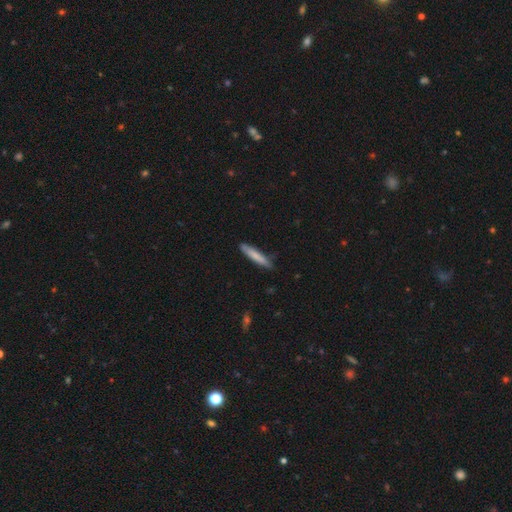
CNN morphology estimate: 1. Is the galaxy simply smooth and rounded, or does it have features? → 77% smooth, 17% featured or disk, 5% star or artifact.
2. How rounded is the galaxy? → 91% cigar-shaped, 8% in between, 1% round.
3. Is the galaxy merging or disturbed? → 83% none, 14% minor disturbance, 2% major disturbance, 1% merger.